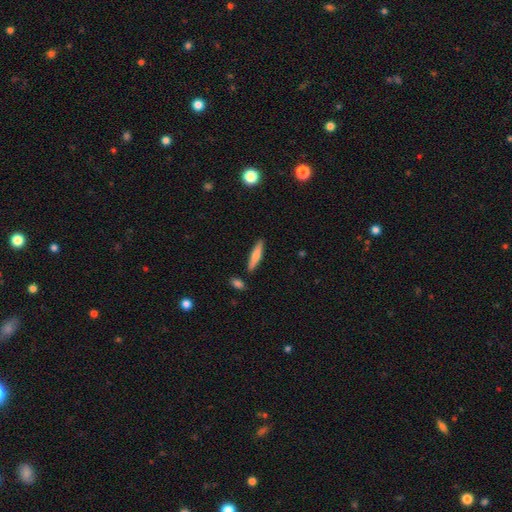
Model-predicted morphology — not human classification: A smooth galaxy with no disk features (69%) that is cigar-shaped (84%).

Vote fractions:
- Smooth or featured? smooth: 69% / featured or disk: 25% / star or artifact: 6%
- How rounded? cigar-shaped: 84% / in between: 14% / round: 2%
- Merging? none: 86% / minor disturbance: 9% / merger: 4% / major disturbance: 2%